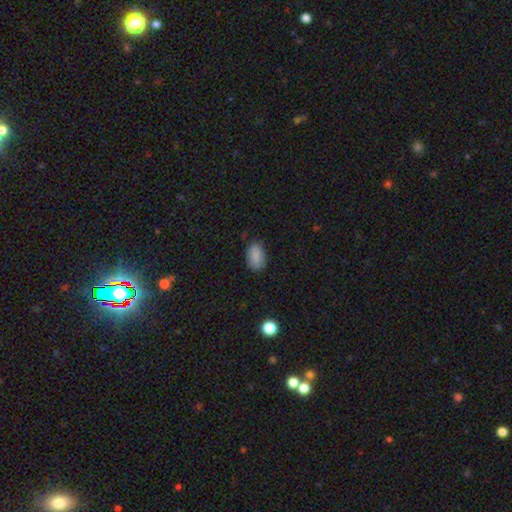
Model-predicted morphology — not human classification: Smooth or featured? smooth (86%)
How rounded? in between (91%)
Merging? none (79%)